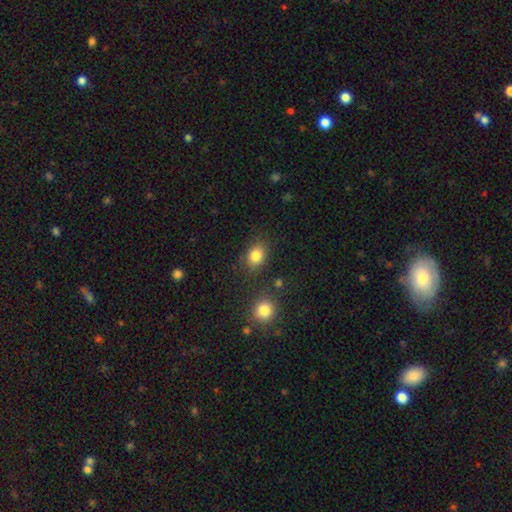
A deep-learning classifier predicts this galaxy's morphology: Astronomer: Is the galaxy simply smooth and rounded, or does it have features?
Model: smooth — 83%.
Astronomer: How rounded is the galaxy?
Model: in between — 56% (runner-up: round, 43%).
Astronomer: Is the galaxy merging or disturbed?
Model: none — 78%.